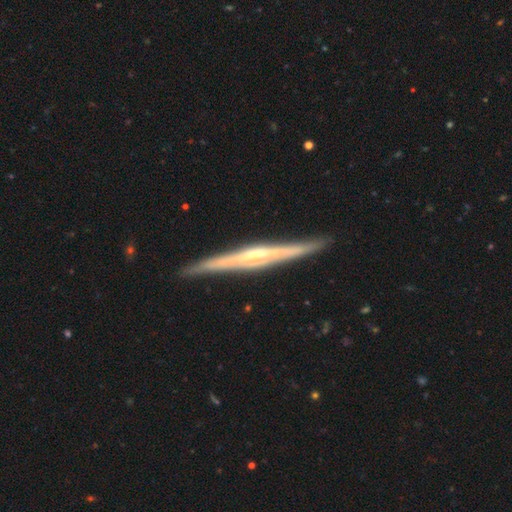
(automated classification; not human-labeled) Q: Smooth or featured?
A: featured or disk (80%); runner-up: smooth (15%)
Q: Edge-on disk?
A: yes (97%); runner-up: no (3%)
Q: Edge-on bulge?
A: rounded (42%); runner-up: none (36%)
Q: Merging?
A: none (89%); runner-up: minor disturbance (8%)